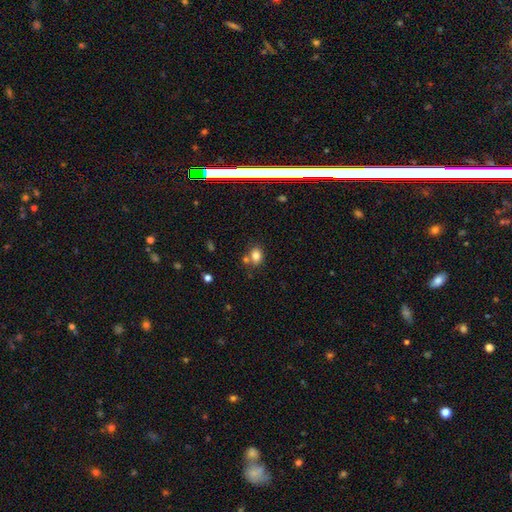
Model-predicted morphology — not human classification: smooth-or-featured: smooth: 78% | star or artifact: 14% | featured or disk: 8%
  how-rounded: in between: 64% | round: 35% | cigar-shaped: 1%
  merging: none: 62% | merger: 21% | minor disturbance: 12% | major disturbance: 4%